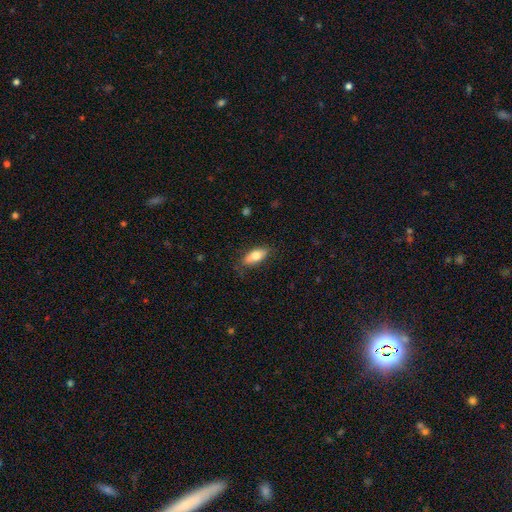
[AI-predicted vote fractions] smooth_or_featured: smooth (p=0.74) [alt: featured or disk p=0.20]
how_rounded: in between (p=0.80) [alt: cigar-shaped p=0.17]
merging: none (p=0.77) [alt: minor disturbance p=0.18]